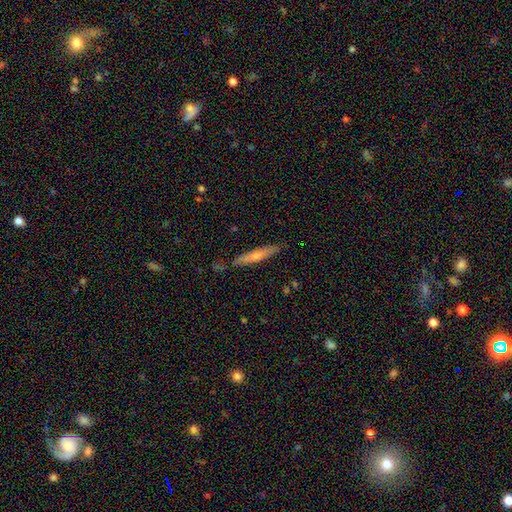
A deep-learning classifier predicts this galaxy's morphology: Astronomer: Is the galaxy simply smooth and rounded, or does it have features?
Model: smooth — 57% (runner-up: featured or disk, 37%).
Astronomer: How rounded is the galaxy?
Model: cigar-shaped — 92%.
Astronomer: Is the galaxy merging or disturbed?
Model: none — 83%.